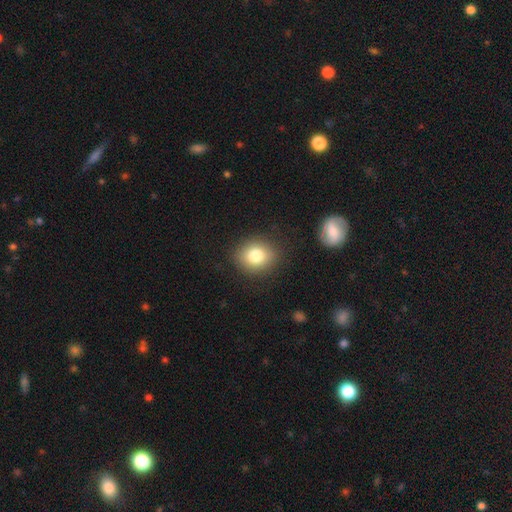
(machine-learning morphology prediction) This is likely a smooth galaxy (80%). How rounded: likely round (68%). Merging: clearly none (87%).